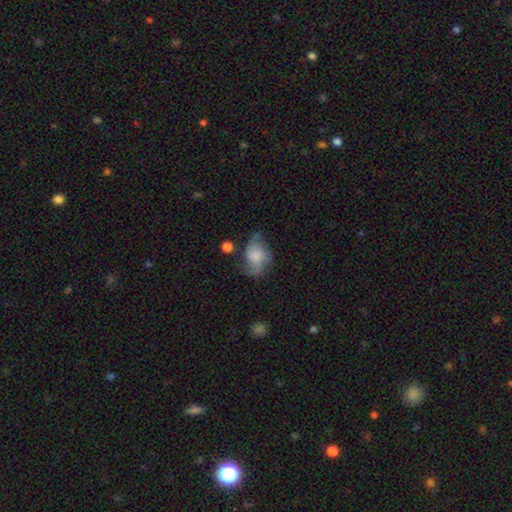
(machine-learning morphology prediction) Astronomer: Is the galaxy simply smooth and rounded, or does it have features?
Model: smooth — 47% (runner-up: featured or disk, 45%).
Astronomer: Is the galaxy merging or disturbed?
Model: none — 42% (runner-up: minor disturbance, 30%).